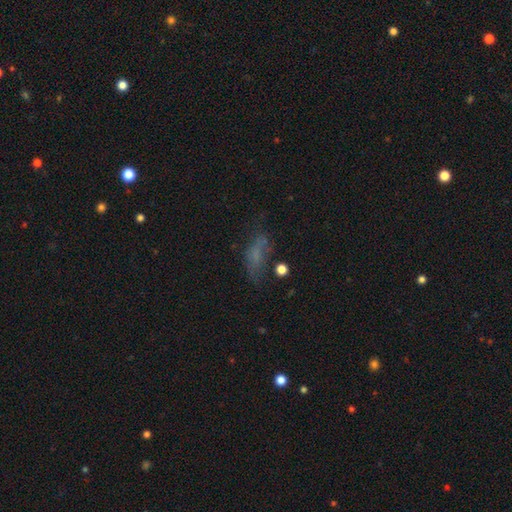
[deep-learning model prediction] Smooth or featured?
  - smooth: 56% *
  - featured or disk: 26%
  - star or artifact: 18%
How rounded?
  - in between: 74% *
  - cigar-shaped: 20%
  - round: 5%
Merging?
  - none: 43% *
  - major disturbance: 26%
  - minor disturbance: 26%
  - merger: 5%